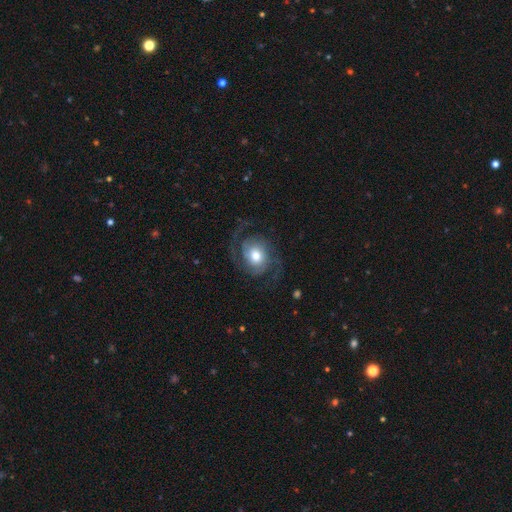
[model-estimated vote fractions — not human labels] smooth-or-featured: featured or disk: 82% | smooth: 12% | star or artifact: 6%
  disk-edge-on: no: 98% | yes: 2%
    bar: no: 70% | weak: 24% | strong: 6%
    has-spiral-arms: yes: 96% | no: 4%
      spiral-winding: medium: 48% | loose: 27% | tight: 25%
      spiral-arm-count: 2: 83% | 3: 6% | can't tell: 4% | 1: 3% | 4: 2% | more than 4: 2%
    bulge-size: moderate: 62% | large: 25% | small: 9% | dominant: 3% | none: 1%
  merging: none: 72% | minor disturbance: 13% | major disturbance: 13% | merger: 1%